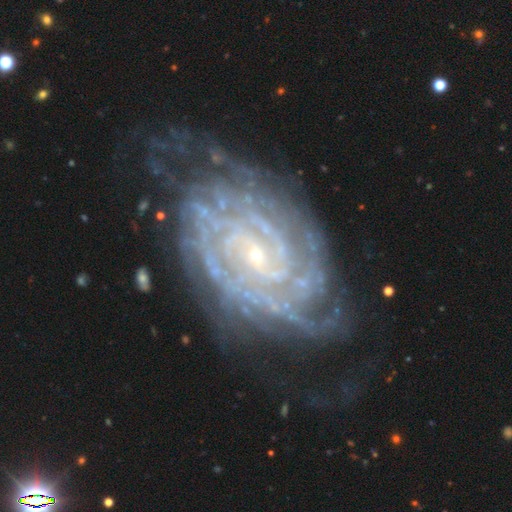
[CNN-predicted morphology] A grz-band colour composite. It shows a featured or disk galaxy (91%) with no bar (46%), tight (82%) spiral arms (98%) and a small central bulge (82%). Merging: none (67%).